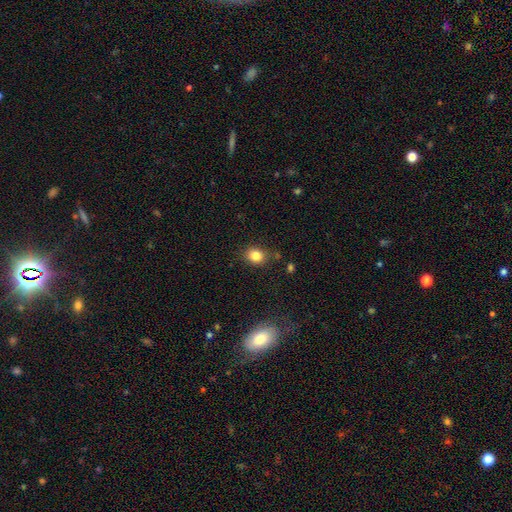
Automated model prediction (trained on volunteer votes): smooth_or_featured: smooth (p=0.82) [alt: star or artifact p=0.11]
how_rounded: round (p=0.58) [alt: in between p=0.41]
merging: none (p=0.82) [alt: minor disturbance p=0.12]